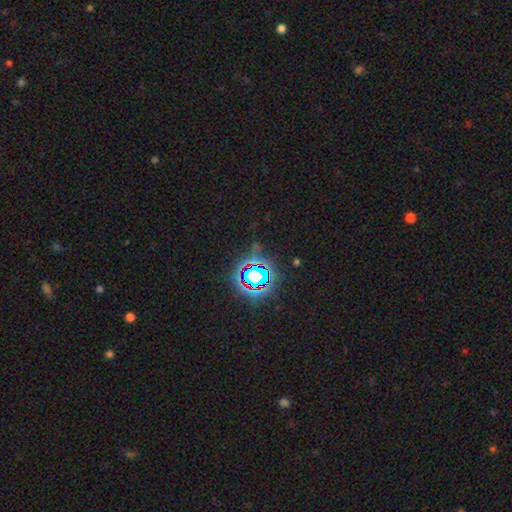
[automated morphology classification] This is clearly a star or artifact rather than a galaxy (82%).